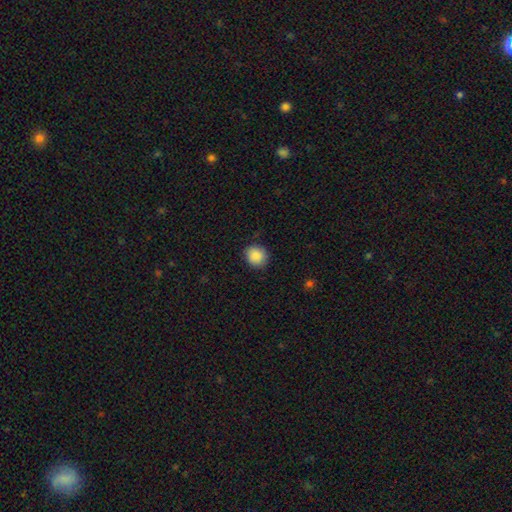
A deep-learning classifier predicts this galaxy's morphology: This is clearly a smooth galaxy (88%). How rounded: clearly round (84%). Merging: clearly none (85%).